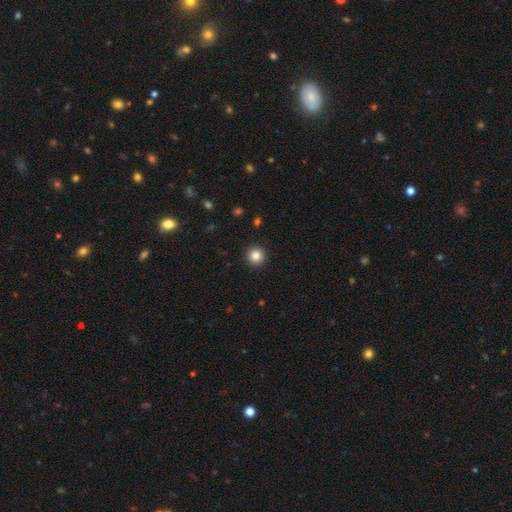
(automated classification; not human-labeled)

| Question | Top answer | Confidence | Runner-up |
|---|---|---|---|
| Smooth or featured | smooth | 85% | star or artifact (11%) |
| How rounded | round | 95% | in between (4%) |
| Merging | none | 93% | minor disturbance (5%) |